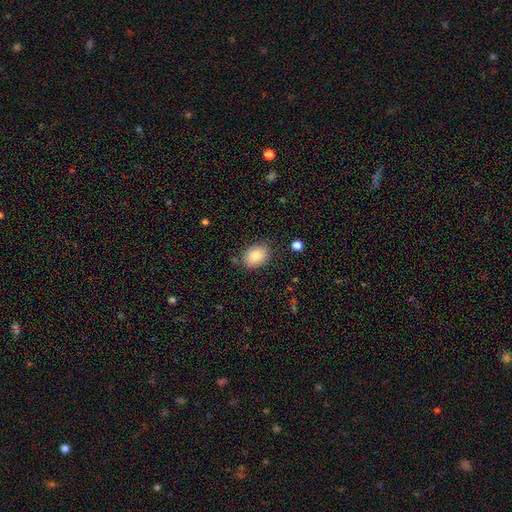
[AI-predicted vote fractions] smooth-or-featured: smooth: 86% | star or artifact: 8% | featured or disk: 7%
  how-rounded: in between: 79% | round: 20% | cigar-shaped: 1%
  merging: none: 80% | minor disturbance: 14% | major disturbance: 4% | merger: 2%